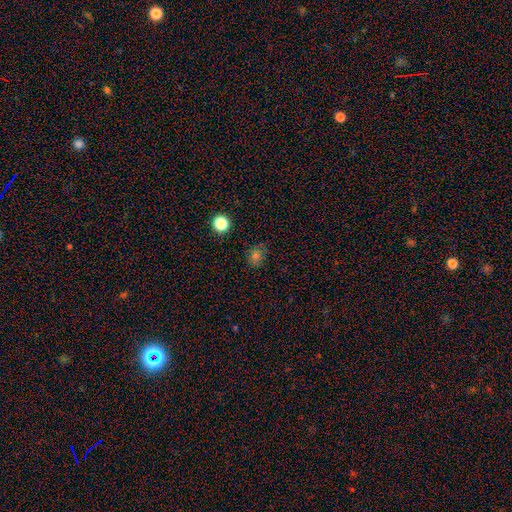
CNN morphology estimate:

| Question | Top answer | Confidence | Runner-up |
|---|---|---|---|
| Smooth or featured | smooth | 71% | star or artifact (21%) |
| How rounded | round | 59% | in between (40%) |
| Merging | none | 79% | minor disturbance (15%) |